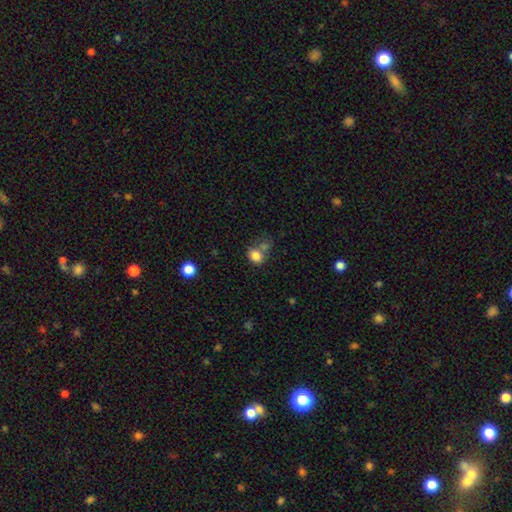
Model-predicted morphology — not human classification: Smooth or featured?
  - smooth: 82% *
  - star or artifact: 11%
  - featured or disk: 7%
How rounded?
  - round: 53% *
  - in between: 46%
  - cigar-shaped: 1%
Merging?
  - none: 48% *
  - merger: 29%
  - minor disturbance: 15%
  - major disturbance: 7%